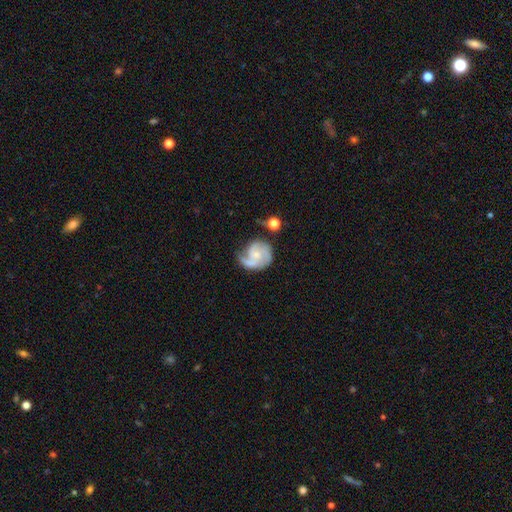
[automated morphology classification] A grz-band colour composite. It shows a featured or disk galaxy (78%) with no bar (67%), 2 (35%, tied with 3) medium (44%) spiral arms (95%) and a small central bulge (52%). Merging: none (54%).